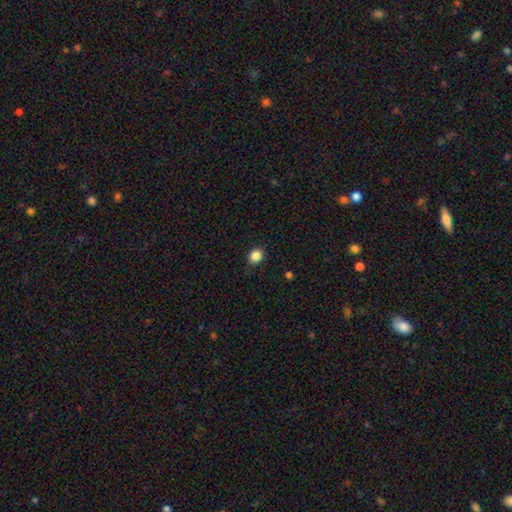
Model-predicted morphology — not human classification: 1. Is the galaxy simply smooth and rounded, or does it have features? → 86% smooth, 10% star or artifact, 4% featured or disk.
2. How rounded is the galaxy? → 59% round, 40% in between, 1% cigar-shaped.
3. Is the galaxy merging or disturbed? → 86% none, 11% minor disturbance, 2% major disturbance, 1% merger.